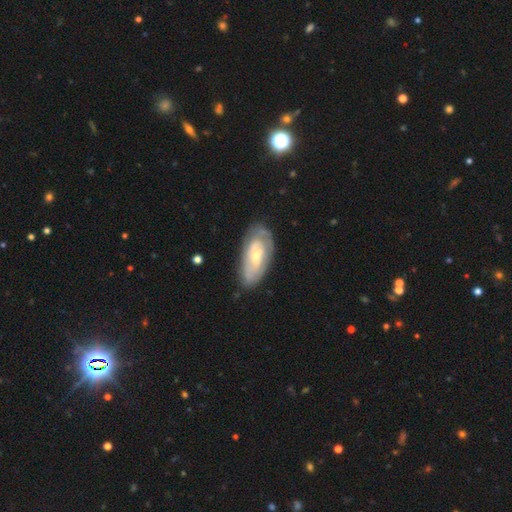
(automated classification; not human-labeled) Overall: featured or disk (61%; smooth 33%). Edge-on disk: no (91%). Bar: no (61%; weak 31%). Spiral arms: yes (64%; no 36%). Bulge size: small (52%; moderate 41%). Merging: none (68%).